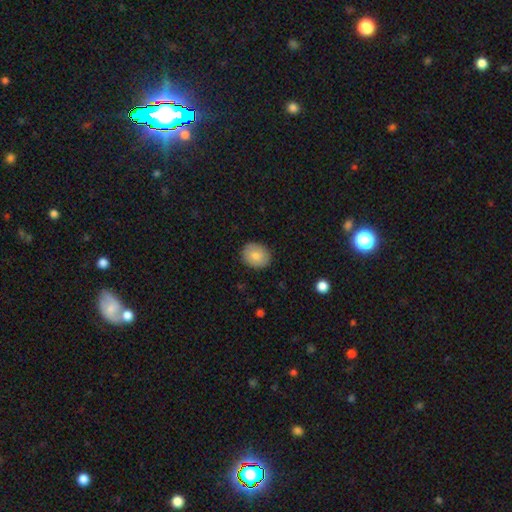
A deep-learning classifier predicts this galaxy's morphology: A smooth galaxy with no disk features (83%) that is round (59%).

Vote fractions:
- Smooth or featured? smooth: 83% / featured or disk: 10% / star or artifact: 7%
- How rounded? round: 59% / in between: 41% / cigar-shaped: 1%
- Merging? none: 88% / minor disturbance: 9% / major disturbance: 2% / merger: 1%